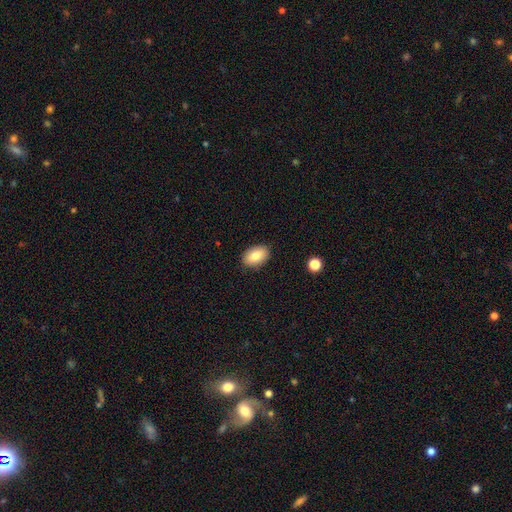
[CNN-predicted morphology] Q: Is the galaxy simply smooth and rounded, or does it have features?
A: smooth — 82%.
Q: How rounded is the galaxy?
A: in between — 89%.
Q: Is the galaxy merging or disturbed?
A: none — 88%.